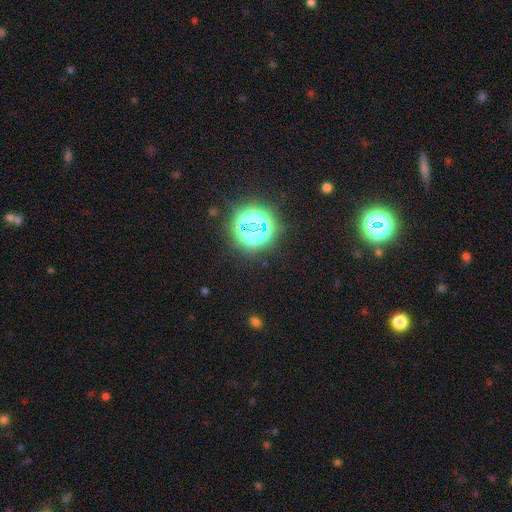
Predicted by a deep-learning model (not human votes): Morphology: type=star or artifact (83%).